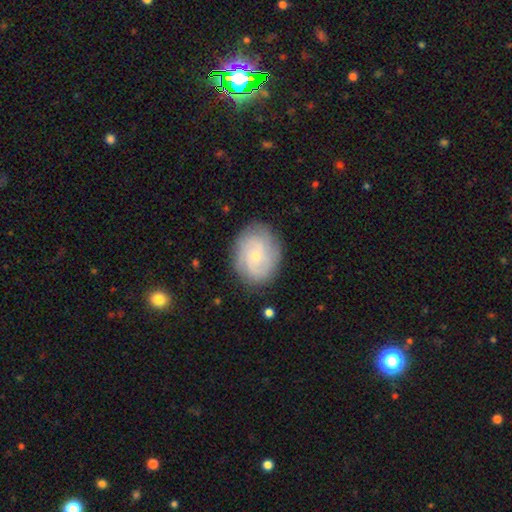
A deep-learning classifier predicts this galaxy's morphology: Smooth or featured? featured or disk (65%)
Edge-on disk? no (97%)
Bar? no (76%)
Spiral arms? yes (89%)
Spiral winding? tight (57%)
Spiral arm count? can't tell (36%)
Bulge size? small (78%)
Merging? none (80%)